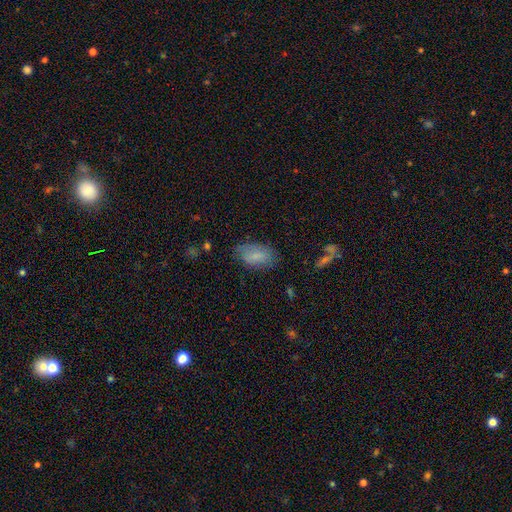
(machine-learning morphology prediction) A smooth galaxy with no disk features (79%) that is in between round and cigar-shaped (92%). Merging: none (68%).